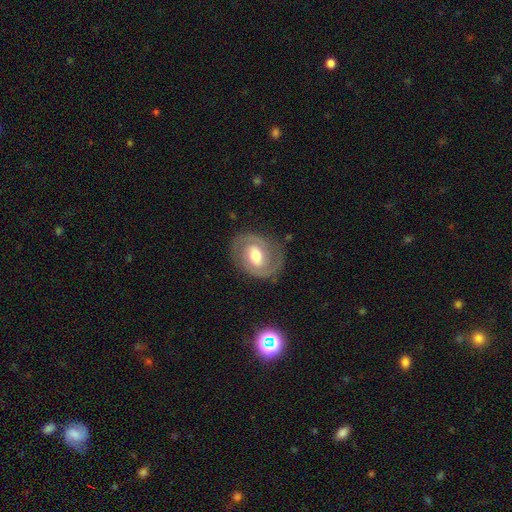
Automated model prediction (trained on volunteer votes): Smooth or featured? featured or disk (74%)
Edge-on disk? no (97%)
Bar? weak (45%)
Spiral arms? yes (81%)
Spiral winding? tight (48%)
Spiral arm count? 2 (84%)
Bulge size? moderate (63%)
Merging? none (80%)